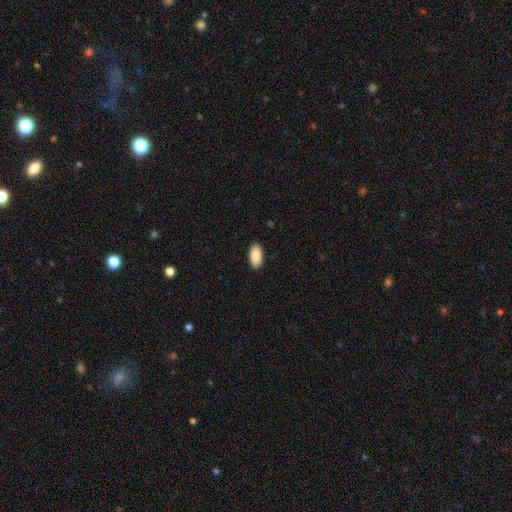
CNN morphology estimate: Smooth or featured?
  - smooth: 89% *
  - star or artifact: 6%
  - featured or disk: 4%
How rounded?
  - in between: 94% *
  - cigar-shaped: 4%
  - round: 2%
Merging?
  - none: 90% *
  - minor disturbance: 7%
  - major disturbance: 2%
  - merger: 1%